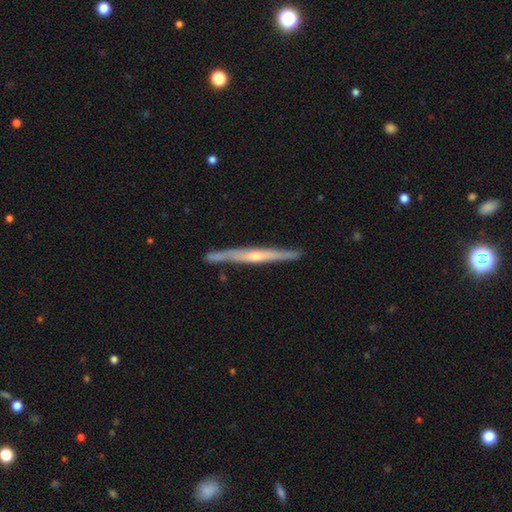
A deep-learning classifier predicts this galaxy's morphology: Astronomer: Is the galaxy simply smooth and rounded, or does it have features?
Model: featured or disk — 77%.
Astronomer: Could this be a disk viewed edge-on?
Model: yes — 96%.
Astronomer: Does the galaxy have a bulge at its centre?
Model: rounded — 67%.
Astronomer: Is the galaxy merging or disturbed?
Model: none — 86%.